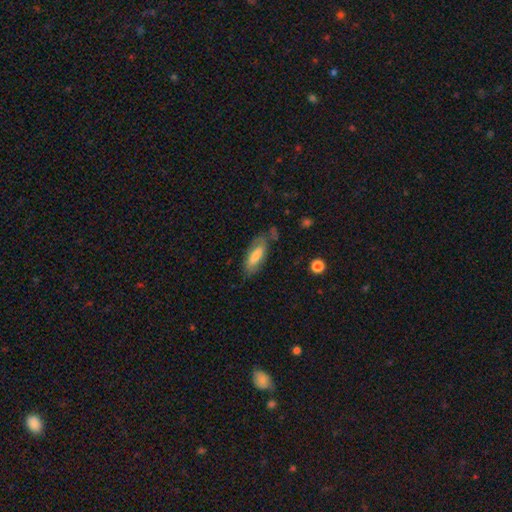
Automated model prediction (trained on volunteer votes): Smooth or featured? smooth (68%)
How rounded? in between (59%)
Merging? none (65%)